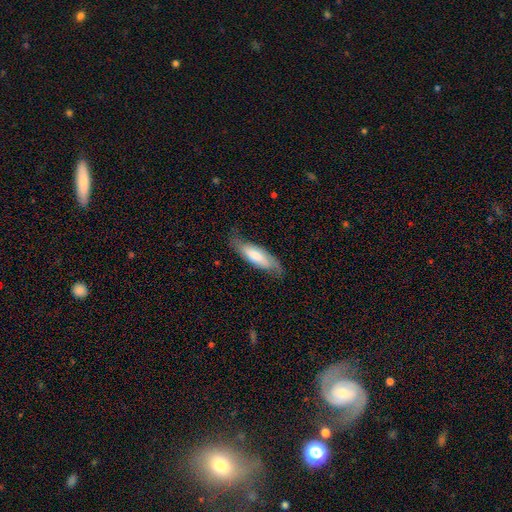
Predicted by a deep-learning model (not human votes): Overall: smooth (52%; featured or disk 42%). How rounded: in between (56%; cigar-shaped 42%). Merging: none (69%).